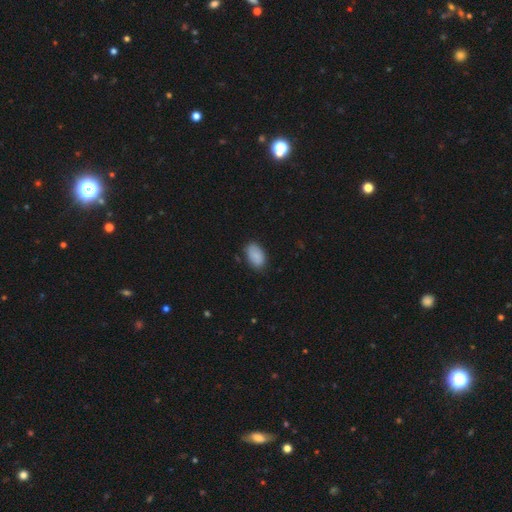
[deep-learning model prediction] smooth_or_featured: smooth (p=0.87) [alt: star or artifact p=0.07]
how_rounded: in between (p=0.92) [alt: round p=0.07]
merging: none (p=0.78) [alt: minor disturbance p=0.18]